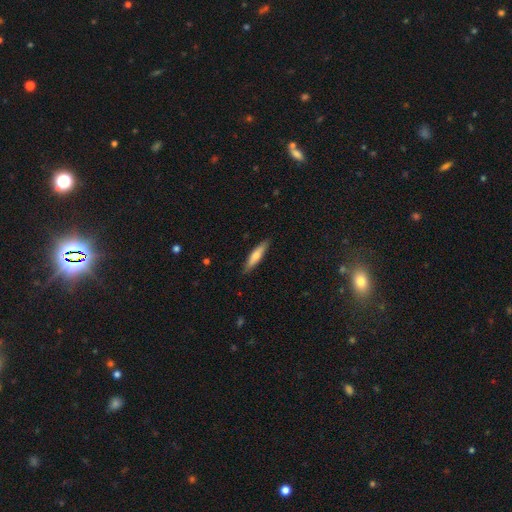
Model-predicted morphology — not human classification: Q: Smooth or featured?
A: smooth (65%); runner-up: featured or disk (30%)
Q: How rounded?
A: cigar-shaped (81%); runner-up: in between (17%)
Q: Merging?
A: none (88%); runner-up: minor disturbance (9%)